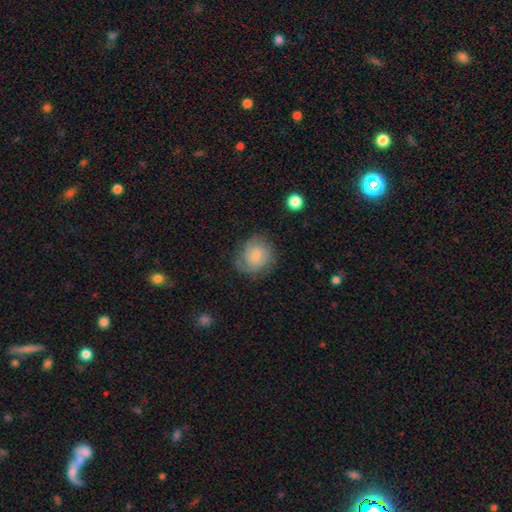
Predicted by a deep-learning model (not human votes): A featured or disk galaxy (57%) with no bar (61%), spiral arms (90%) and a small central bulge (61%). Merging: none (66%).